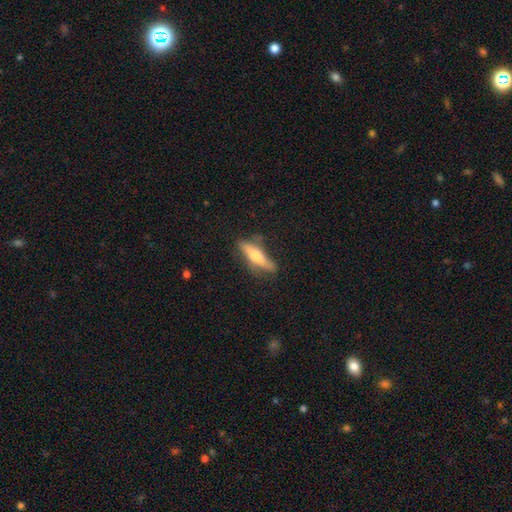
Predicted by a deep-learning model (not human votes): A featured or disk galaxy (50%) viewed edge-on (89%).

Vote fractions:
- Smooth or featured? featured or disk: 50% / smooth: 43% / star or artifact: 6%
- Edge-on disk? yes: 89% / no: 11%
- Merging? none: 75% / minor disturbance: 18% / major disturbance: 5% / merger: 2%